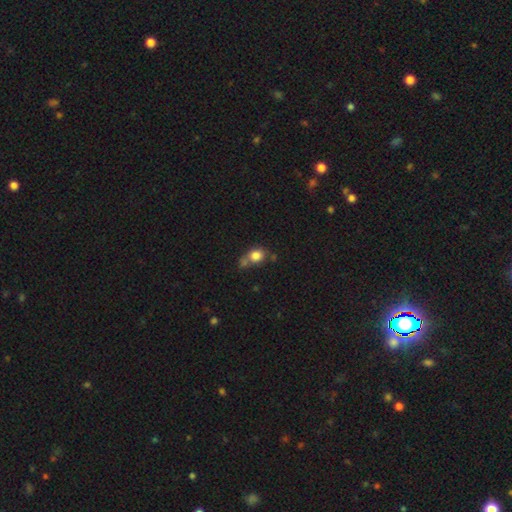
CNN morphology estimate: Smooth or featured?
  - smooth: 81% *
  - star or artifact: 10%
  - featured or disk: 9%
How rounded?
  - round: 64% *
  - in between: 35%
  - cigar-shaped: 1%
Merging?
  - none: 43% *
  - merger: 32%
  - minor disturbance: 17%
  - major disturbance: 8%